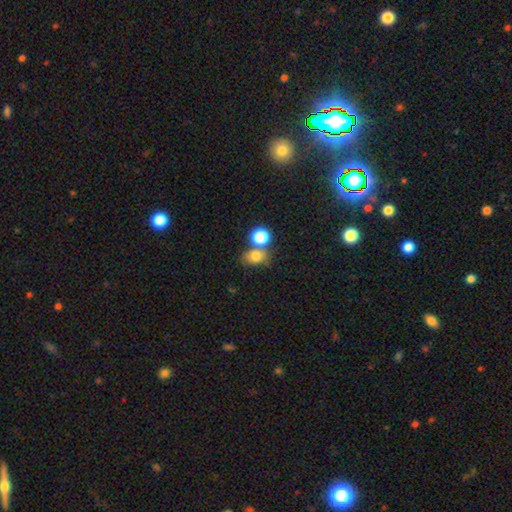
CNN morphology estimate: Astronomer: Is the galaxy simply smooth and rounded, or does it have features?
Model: smooth — 78%.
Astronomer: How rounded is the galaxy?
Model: round — 50% (runner-up: in between, 48%).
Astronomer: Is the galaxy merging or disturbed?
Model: none — 52% (runner-up: merger, 33%).